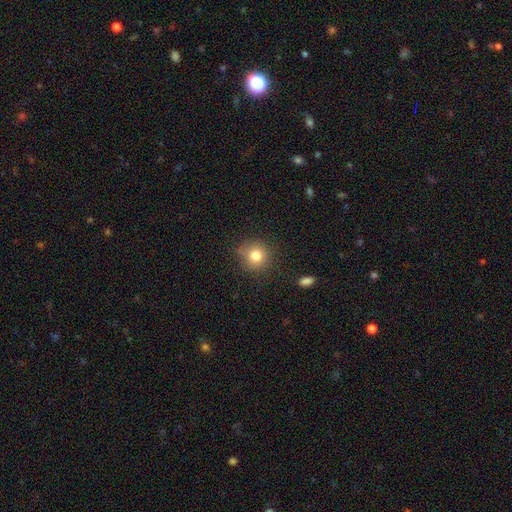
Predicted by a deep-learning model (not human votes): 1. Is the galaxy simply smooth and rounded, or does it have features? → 80% smooth, 12% star or artifact, 8% featured or disk.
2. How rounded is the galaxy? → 91% round, 8% in between, 1% cigar-shaped.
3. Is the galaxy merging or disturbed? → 83% none, 12% minor disturbance, 3% major disturbance, 2% merger.